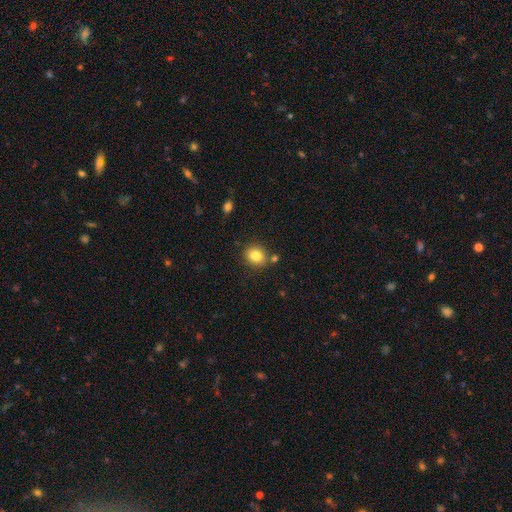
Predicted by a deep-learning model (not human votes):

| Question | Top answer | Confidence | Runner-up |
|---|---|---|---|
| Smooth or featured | smooth | 83% | star or artifact (10%) |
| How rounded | round | 68% | in between (31%) |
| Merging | none | 79% | minor disturbance (10%) |